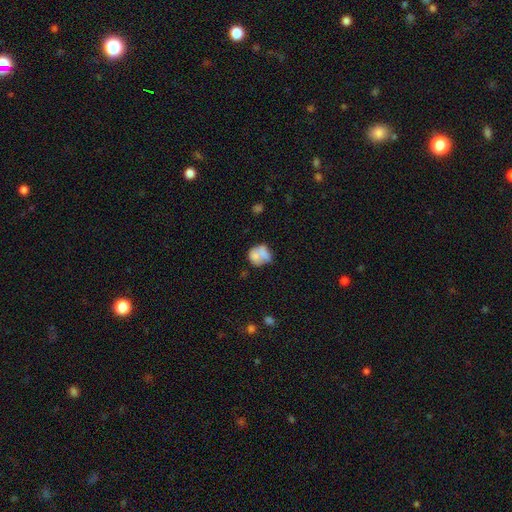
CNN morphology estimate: This appears to be a smooth galaxy with no disk features (69%) that is round (66%). Merging: none (33%).